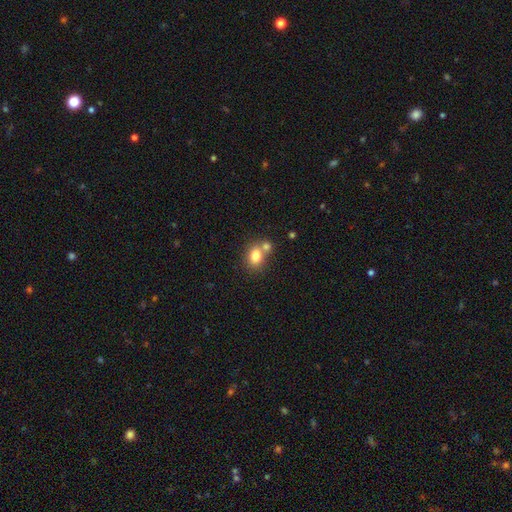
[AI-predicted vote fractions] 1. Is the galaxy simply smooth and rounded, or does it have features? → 80% smooth, 10% featured or disk, 10% star or artifact.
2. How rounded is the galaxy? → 56% in between, 43% round, 1% cigar-shaped.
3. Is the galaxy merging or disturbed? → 49% none, 38% merger, 10% minor disturbance, 3% major disturbance.